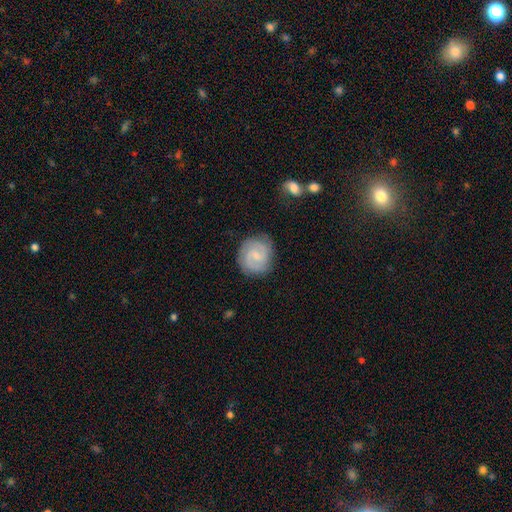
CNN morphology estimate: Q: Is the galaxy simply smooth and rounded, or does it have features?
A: featured or disk — 74%.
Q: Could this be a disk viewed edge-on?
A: no — 98%.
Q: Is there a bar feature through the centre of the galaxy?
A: weak — 57%.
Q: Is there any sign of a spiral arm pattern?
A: yes — 95%.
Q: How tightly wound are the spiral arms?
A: medium — 46%.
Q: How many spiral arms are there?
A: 2 — 82%.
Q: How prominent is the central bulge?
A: small — 64%.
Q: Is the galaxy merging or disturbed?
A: none — 83%.